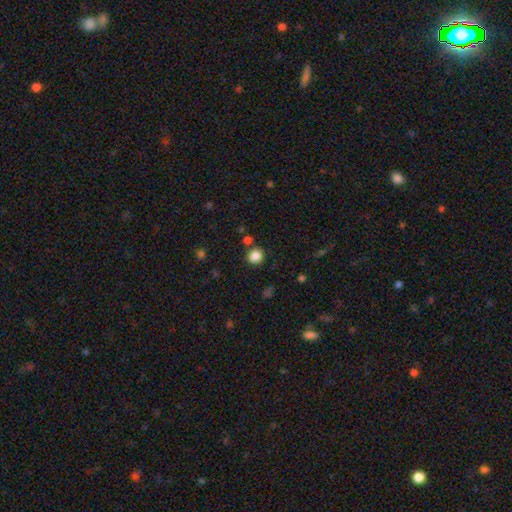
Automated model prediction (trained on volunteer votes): This appears to be a smooth galaxy with no disk features (85%) that is round (87%). Merging: none (83%).